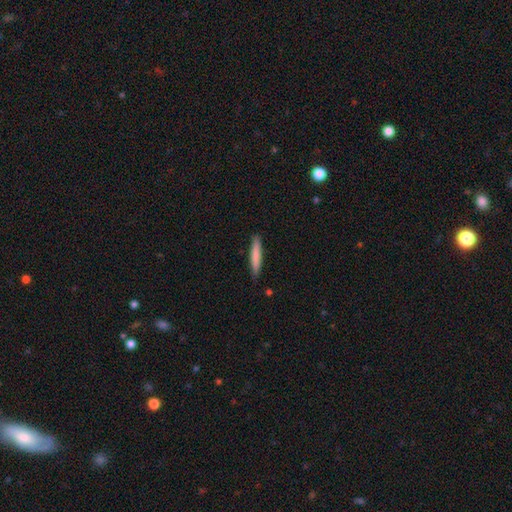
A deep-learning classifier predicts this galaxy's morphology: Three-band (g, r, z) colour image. It shows a smooth galaxy with no disk features (77%) that is cigar-shaped (94%). Merging: none (88%).